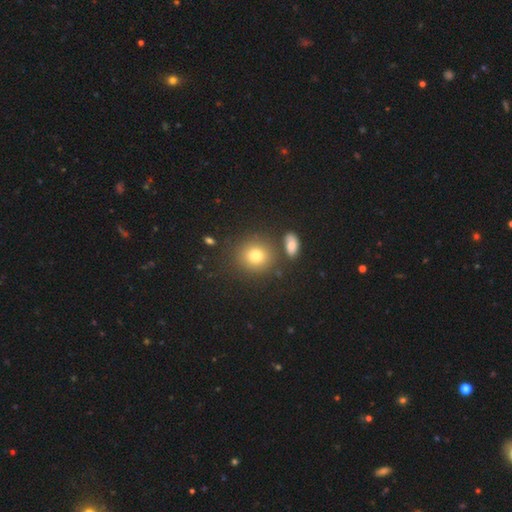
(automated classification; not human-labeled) Overall: smooth (77%). How rounded: round (86%). Merging: none (79%).